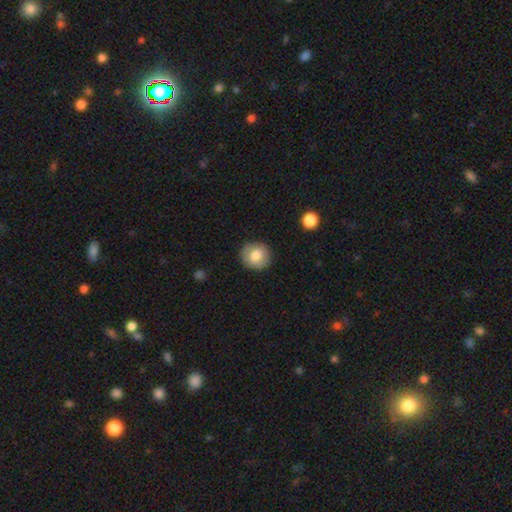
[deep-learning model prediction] This appears to be a smooth galaxy with no disk features (77%) that is round (88%). Merging: none (86%).